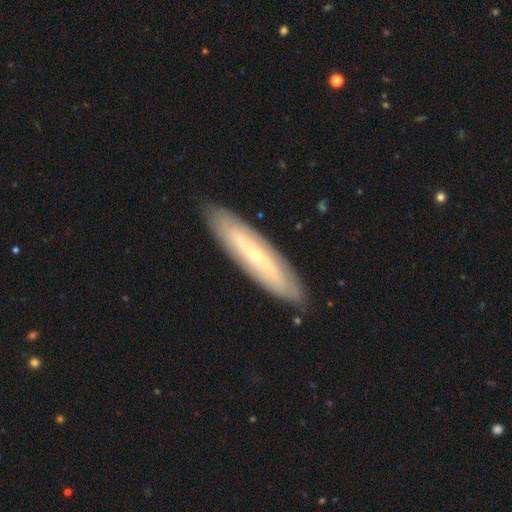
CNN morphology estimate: Q: Smooth or featured?
A: featured or disk (67%); runner-up: smooth (27%)
Q: Edge-on disk?
A: no (60%); runner-up: yes (40%)
Q: Merging?
A: none (88%); runner-up: minor disturbance (9%)